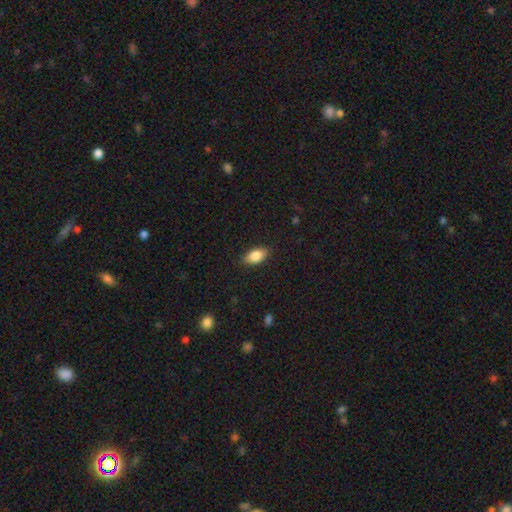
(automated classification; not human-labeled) Smooth or featured? smooth (83%)
How rounded? in between (90%)
Merging? none (86%)